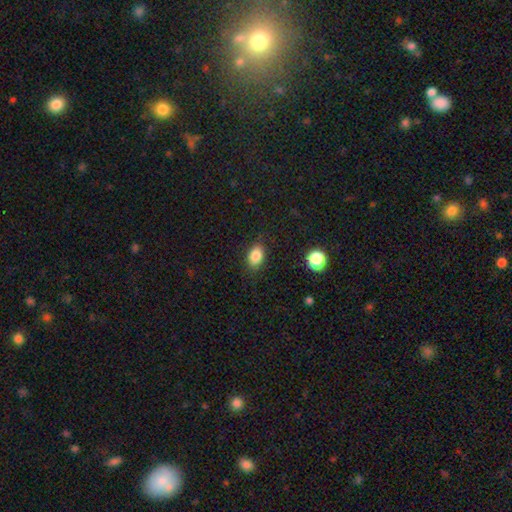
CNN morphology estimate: The model was most divided on "how rounded": in between: 80%, round: 19%, cigar-shaped: 1%. More confident: merging — none (84%); smooth or featured — smooth (84%).